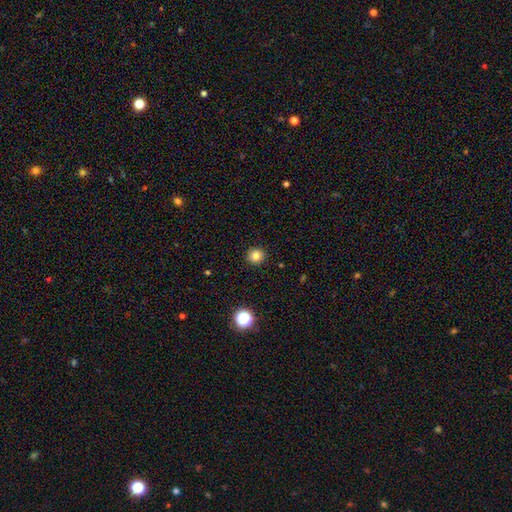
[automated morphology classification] The model was most divided on "smooth or featured": smooth: 82%, star or artifact: 13%, featured or disk: 5%. More confident: how rounded — round (94%); merging — none (92%).